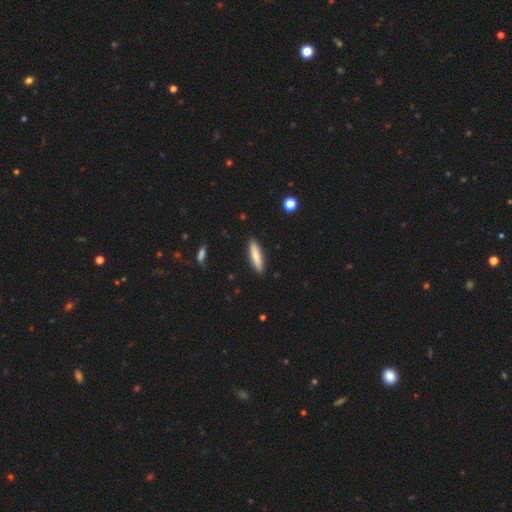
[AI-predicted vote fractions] This is likely a smooth galaxy (79%). How rounded: clearly cigar-shaped (84%). Merging: clearly none (90%).